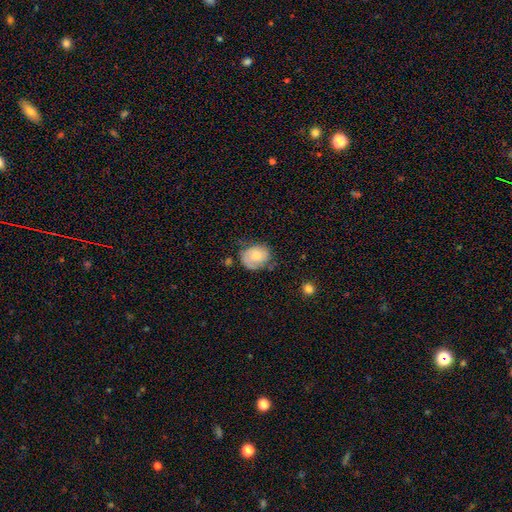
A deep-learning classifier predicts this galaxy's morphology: A smooth galaxy with no disk features (53%) that is round (53%). Merging: none (55%).